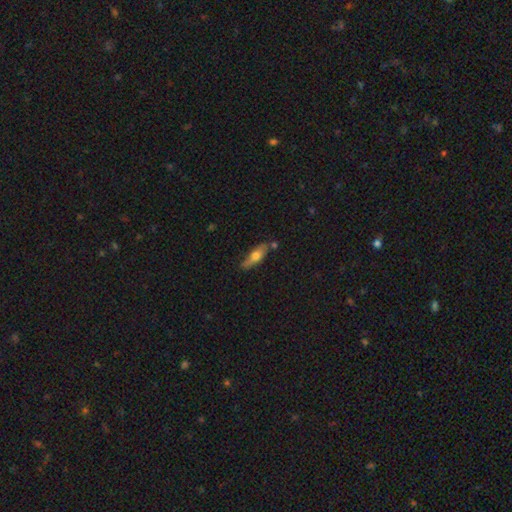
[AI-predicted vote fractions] Smooth or featured: smooth — 60% (featured or disk — 34%)
How rounded: in between — 51% (cigar-shaped — 46%)
Merging: none — 69% (minor disturbance — 20%)